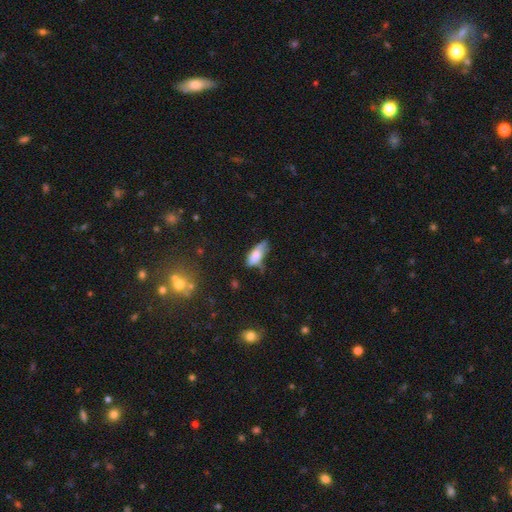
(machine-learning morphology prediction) smooth 70%, featured or disk 22%, star or artifact 9%. Down the decision tree: how rounded — in between (75%); merging — minor disturbance (39%).